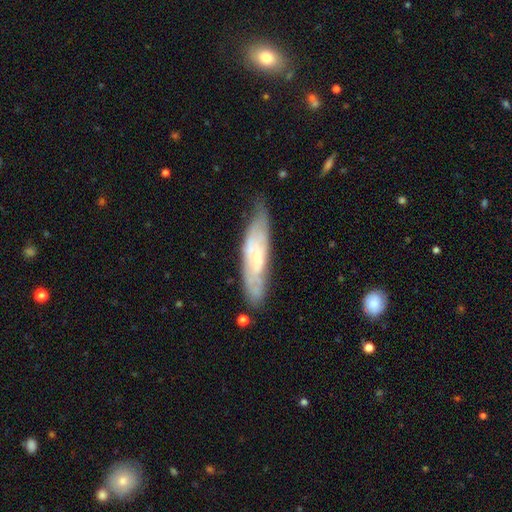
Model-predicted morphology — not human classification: type=featured or disk (61%); edge-on=no (64%); merging=none (69%).